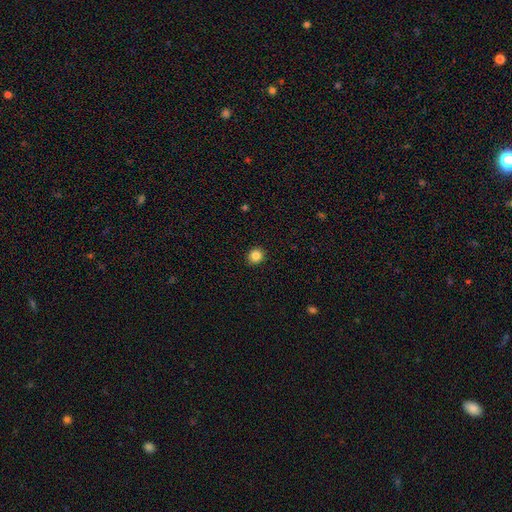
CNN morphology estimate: Overall: smooth (85%). How rounded: round (85%). Merging: none (92%).